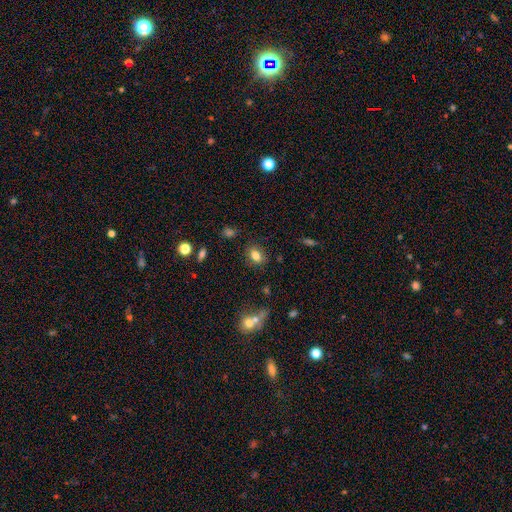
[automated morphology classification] A smooth galaxy with no disk features (81%) that is in between round and cigar-shaped (74%). Merging: none (82%).